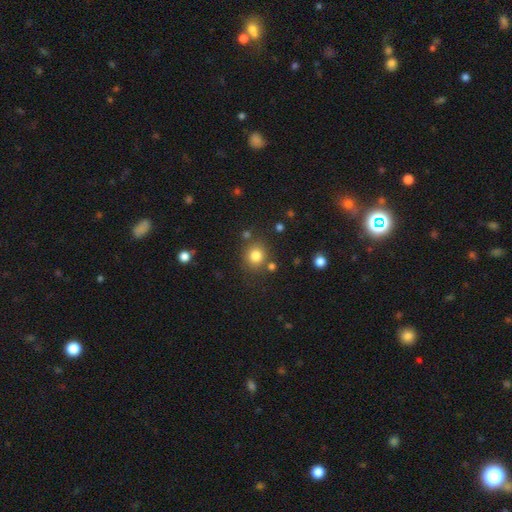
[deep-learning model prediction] Q: Smooth or featured?
A: smooth (81%); runner-up: star or artifact (12%)
Q: How rounded?
A: round (87%); runner-up: in between (12%)
Q: Merging?
A: none (80%); runner-up: minor disturbance (9%)